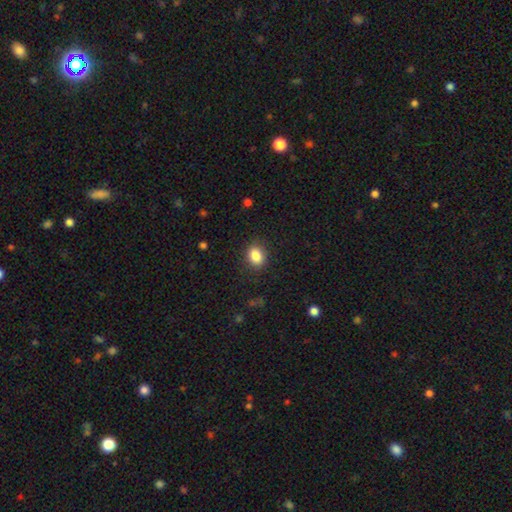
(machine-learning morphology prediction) The model was most divided on "how rounded": in between: 68%, round: 31%, cigar-shaped: 1%. More confident: smooth or featured — smooth (87%); merging — none (86%).